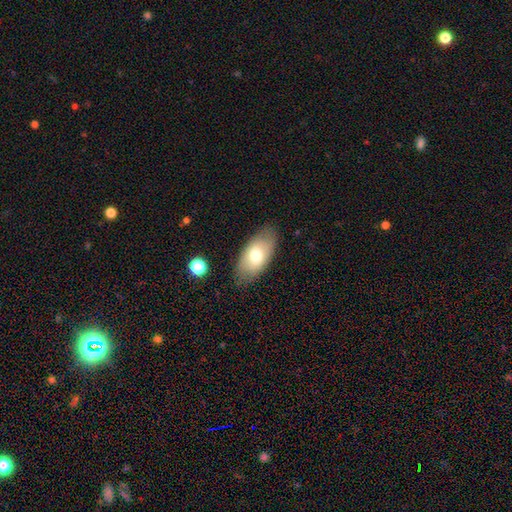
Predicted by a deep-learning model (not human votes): smooth 70%, featured or disk 24%, star or artifact 7%. Down the decision tree: how rounded — in between (93%); merging — none (83%).